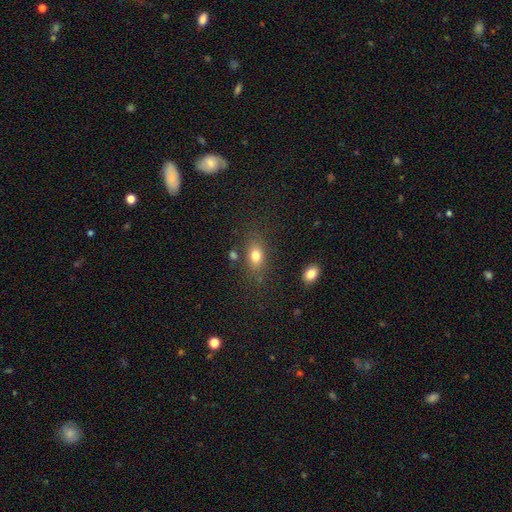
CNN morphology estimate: Smooth or featured: smooth — 78% (featured or disk — 11%)
How rounded: in between — 76% (round — 20%)
Merging: none — 75% (minor disturbance — 14%)